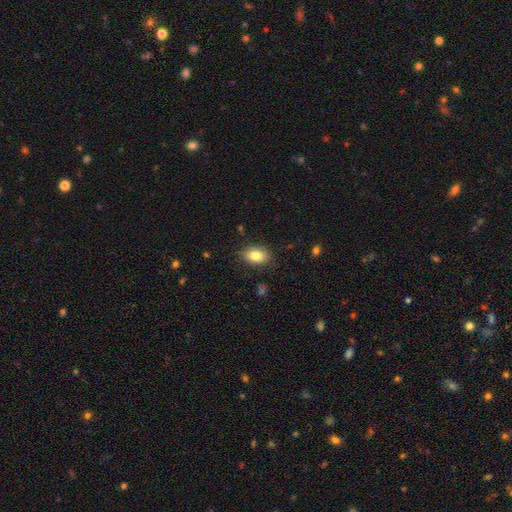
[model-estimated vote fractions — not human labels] The model was most divided on "smooth or featured": smooth: 82%, featured or disk: 10%, star or artifact: 8%. More confident: how rounded — in between (88%); merging — none (85%).